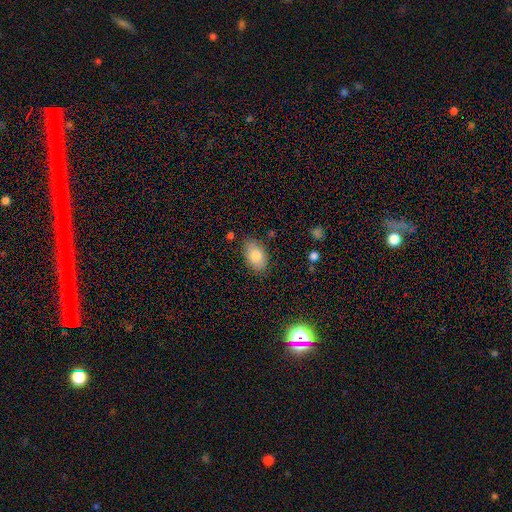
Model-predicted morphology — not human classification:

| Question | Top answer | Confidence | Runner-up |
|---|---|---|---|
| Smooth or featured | smooth | 80% | featured or disk (12%) |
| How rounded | in between | 92% | round (7%) |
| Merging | none | 83% | minor disturbance (13%) |